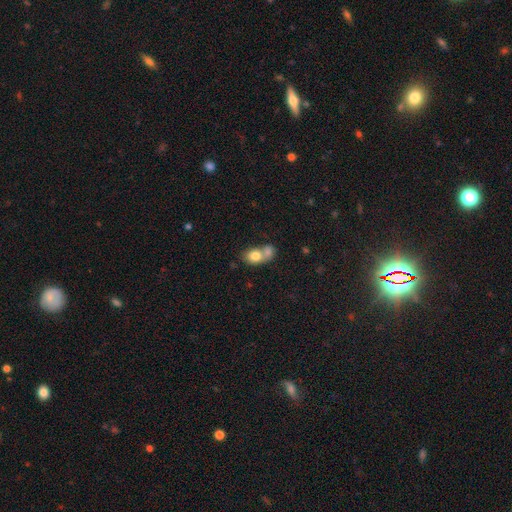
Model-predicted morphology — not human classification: This is likely a smooth galaxy (76%). How rounded: likely in between (61%). Merging: likely merger (65%).